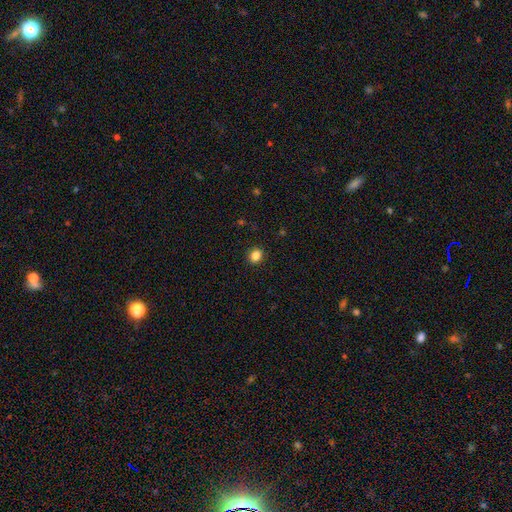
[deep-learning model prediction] Morphology: type=smooth (84%); roundness=round (72%); merging=none (91%).